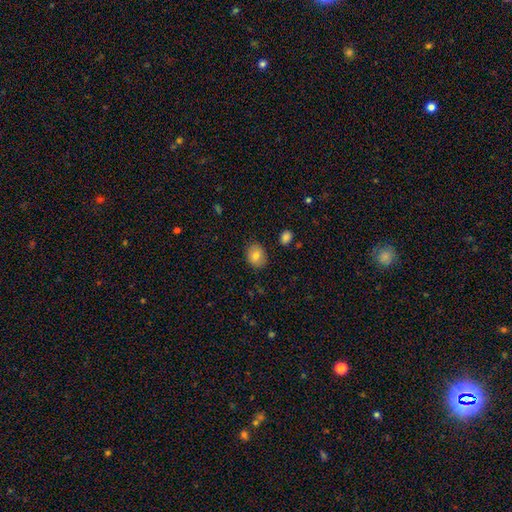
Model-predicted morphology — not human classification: A smooth galaxy with no disk features (80%) that is round (56%).

Vote fractions:
- Smooth or featured? smooth: 80% / featured or disk: 12% / star or artifact: 9%
- How rounded? round: 56% / in between: 43% / cigar-shaped: 1%
- Merging? none: 85% / minor disturbance: 11% / major disturbance: 2% / merger: 1%